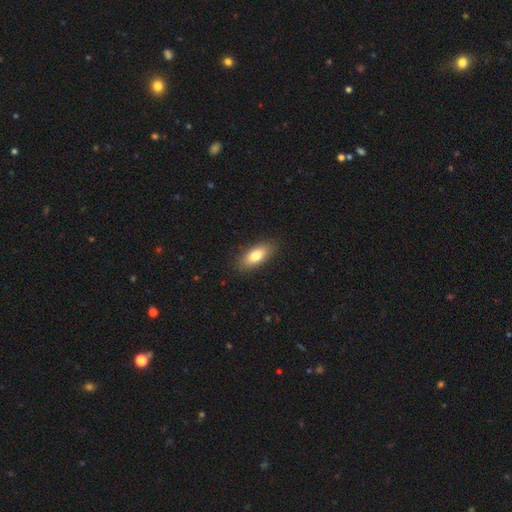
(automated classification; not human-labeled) This appears to be a smooth galaxy with no disk features (78%) that is in between round and cigar-shaped (83%). Merging: none (87%).